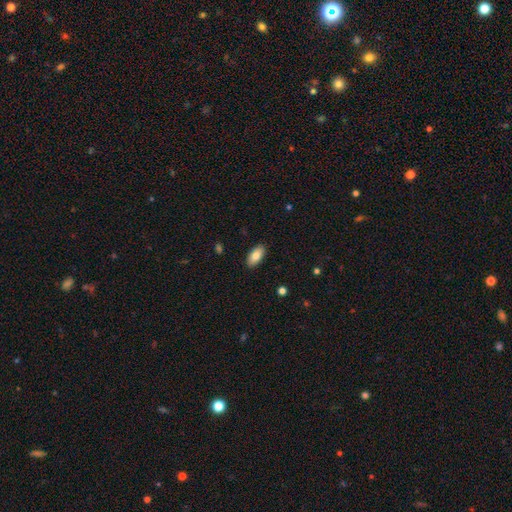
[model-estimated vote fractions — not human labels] smooth 81%, featured or disk 12%, star or artifact 7%. Down the decision tree: how rounded — in between (91%); merging — none (89%).